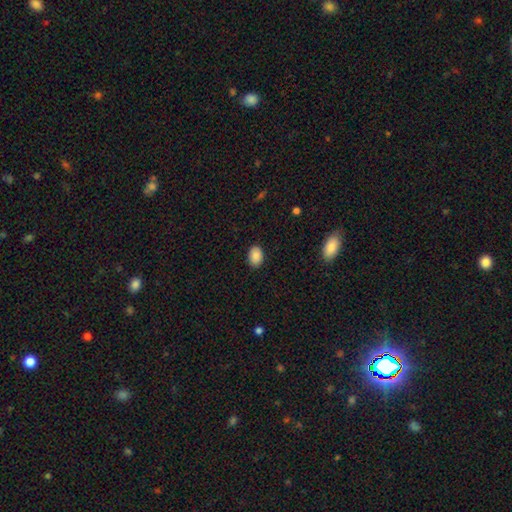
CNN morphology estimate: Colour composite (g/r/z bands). It shows a smooth galaxy with no disk features (88%) that is in between round and cigar-shaped (82%). Merging: none (88%).